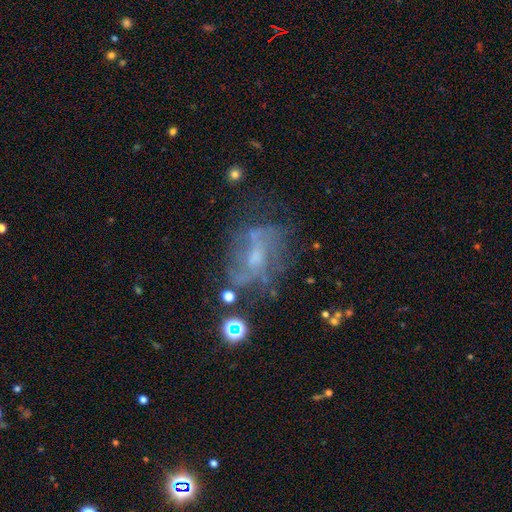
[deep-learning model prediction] Smooth or featured? featured or disk (62%)
Edge-on disk? no (95%)
Bar? no (53%)
Spiral arms? yes (53%)
Bulge size? small (47%)
Merging? none (48%)